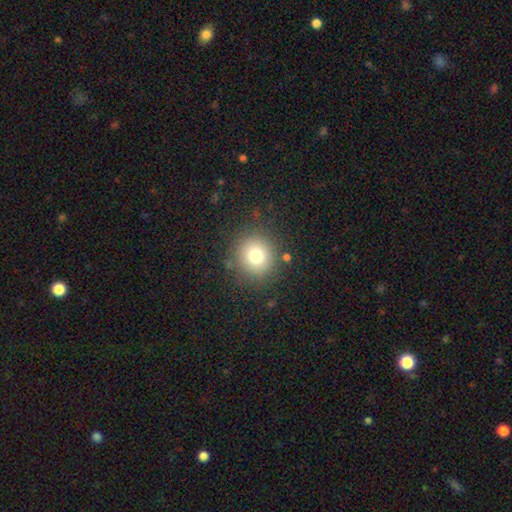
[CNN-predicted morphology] Overall: smooth (75%). How rounded: round (89%). Merging: none (84%).